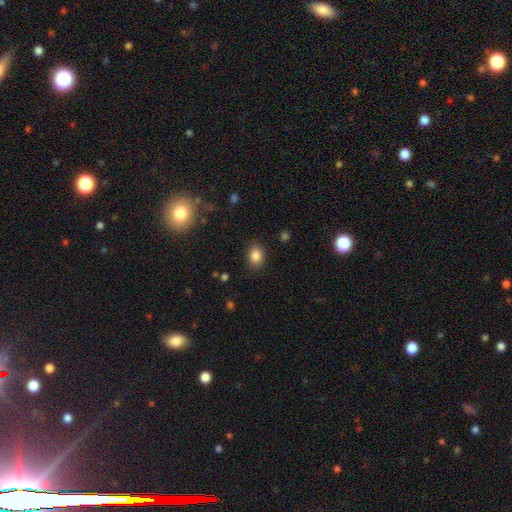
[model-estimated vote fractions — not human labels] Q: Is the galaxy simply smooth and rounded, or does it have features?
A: smooth — 85%.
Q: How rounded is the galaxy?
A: in between — 65%.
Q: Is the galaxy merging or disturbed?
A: none — 86%.